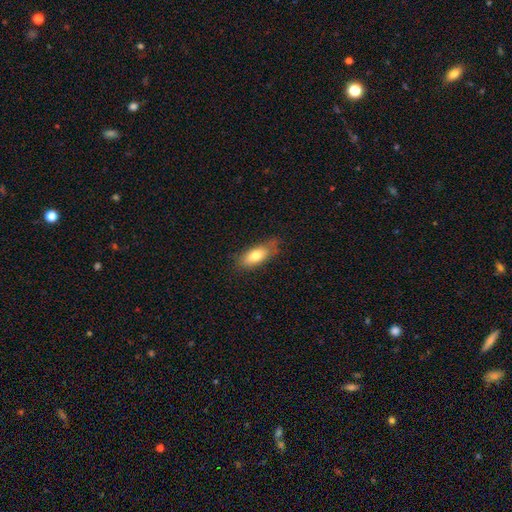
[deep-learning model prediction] Smooth or featured: smooth — 76% (featured or disk — 17%)
How rounded: in between — 80% (cigar-shaped — 17%)
Merging: none — 67% (minor disturbance — 25%)